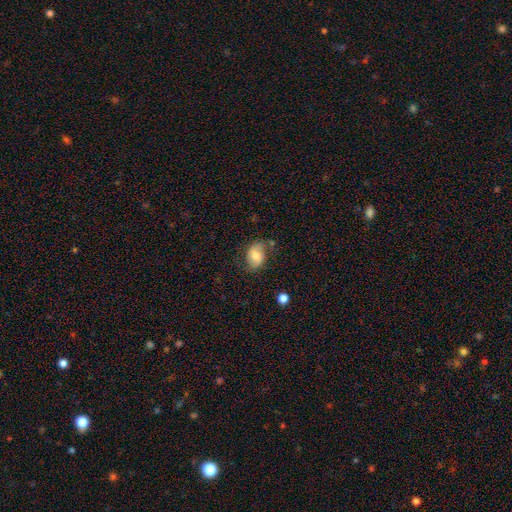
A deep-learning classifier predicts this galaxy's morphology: type=smooth (59%); roundness=in between (76%); merging=none (60%).